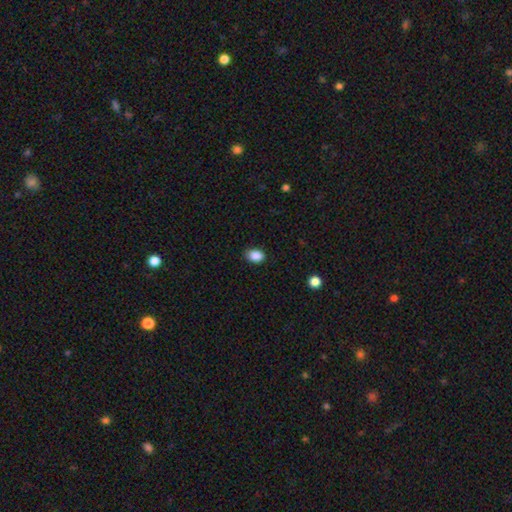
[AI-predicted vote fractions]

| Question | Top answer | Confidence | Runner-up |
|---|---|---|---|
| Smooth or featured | smooth | 88% | star or artifact (9%) |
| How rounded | in between | 77% | round (22%) |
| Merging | none | 85% | minor disturbance (12%) |